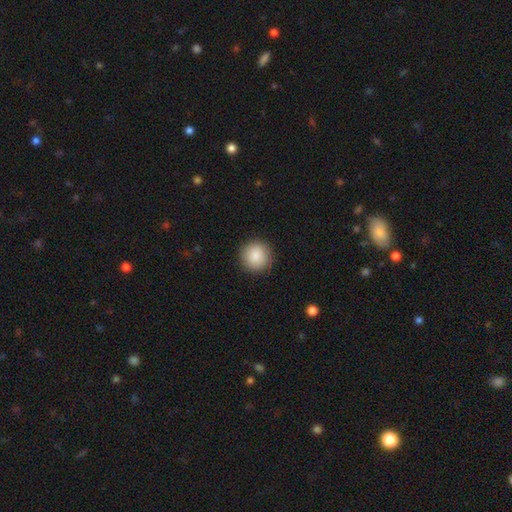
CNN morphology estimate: This appears to be a smooth galaxy with no disk features (88%) that is round (95%). Merging: none (91%).